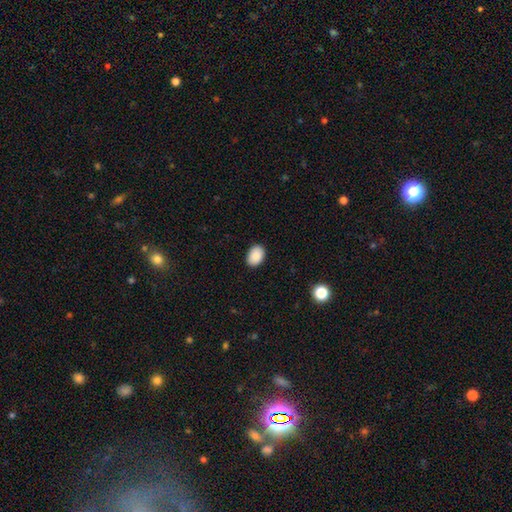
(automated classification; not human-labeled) smooth_or_featured: smooth (p=0.89) [alt: star or artifact p=0.07]
how_rounded: in between (p=0.82) [alt: round p=0.17]
merging: none (p=0.88) [alt: minor disturbance p=0.09]